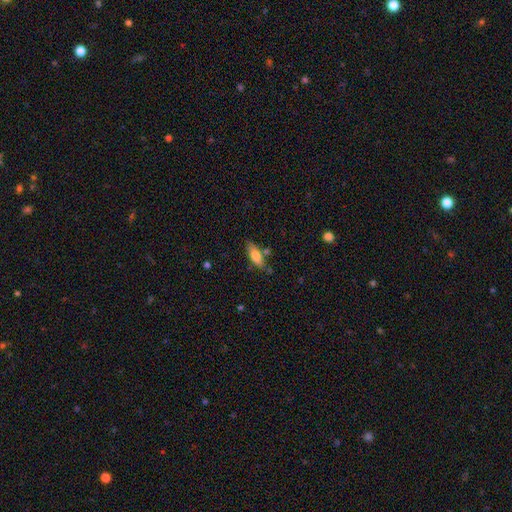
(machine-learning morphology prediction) smooth_or_featured: smooth (p=0.74) [alt: featured or disk p=0.19]
how_rounded: in between (p=0.67) [alt: cigar-shaped p=0.30]
merging: none (p=0.71) [alt: minor disturbance p=0.17]